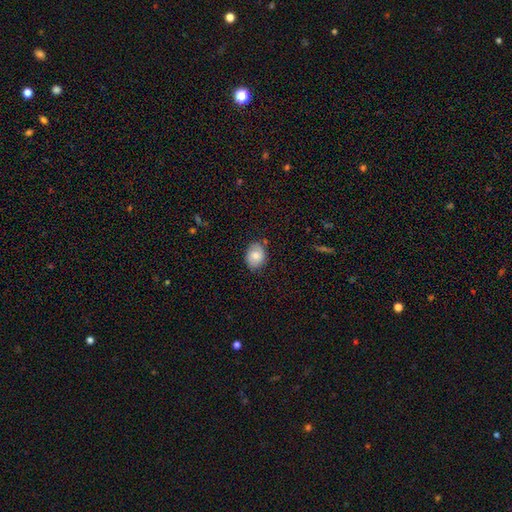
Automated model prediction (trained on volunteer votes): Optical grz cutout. It shows a smooth galaxy with no disk features (76%) that is in between round and cigar-shaped (60%). Merging: none (79%).